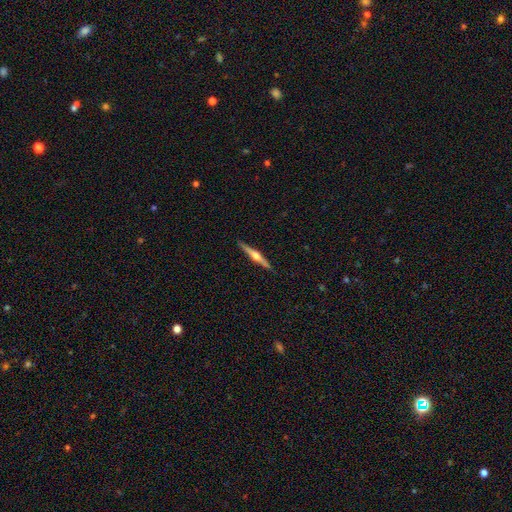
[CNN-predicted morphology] smooth-or-featured: featured or disk: 74% | smooth: 21% | star or artifact: 5%
  disk-edge-on: yes: 98% | no: 2%
    edge-on-bulge: rounded: 93% | boxy: 4% | none: 4%
  merging: none: 91% | minor disturbance: 6% | major disturbance: 1% | merger: 1%